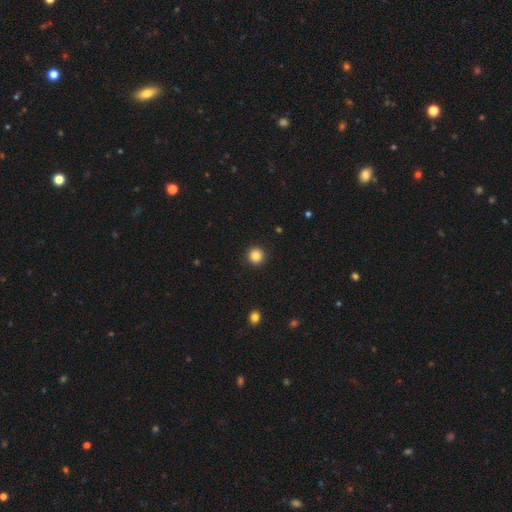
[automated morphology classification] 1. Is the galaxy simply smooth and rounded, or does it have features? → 84% smooth, 10% star or artifact, 5% featured or disk.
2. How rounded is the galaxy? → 95% round, 4% in between, 1% cigar-shaped.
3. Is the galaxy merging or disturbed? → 93% none, 4% minor disturbance, 2% major disturbance, 1% merger.